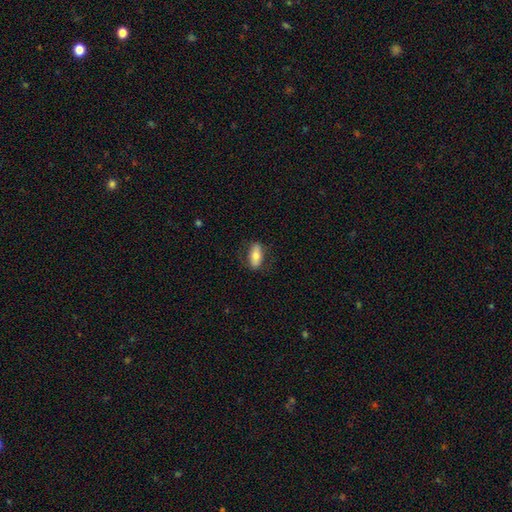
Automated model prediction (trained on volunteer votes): Smooth or featured?
  - smooth: 71% *
  - featured or disk: 23%
  - star or artifact: 6%
How rounded?
  - in between: 76% *
  - cigar-shaped: 21%
  - round: 3%
Merging?
  - none: 79% *
  - minor disturbance: 15%
  - major disturbance: 5%
  - merger: 1%